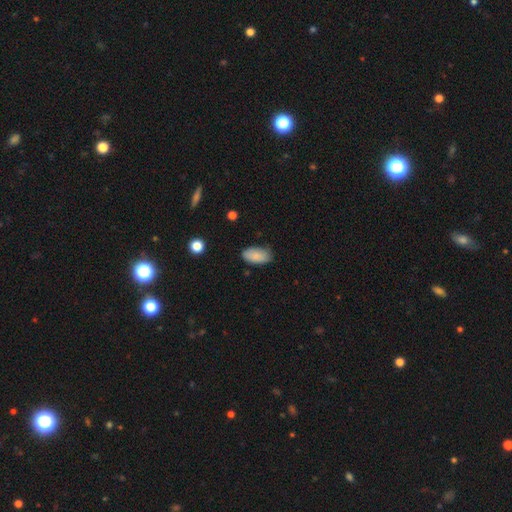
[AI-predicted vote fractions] Q: Smooth or featured?
A: smooth (87%); runner-up: star or artifact (7%)
Q: How rounded?
A: in between (94%); runner-up: cigar-shaped (3%)
Q: Merging?
A: none (78%); runner-up: minor disturbance (18%)